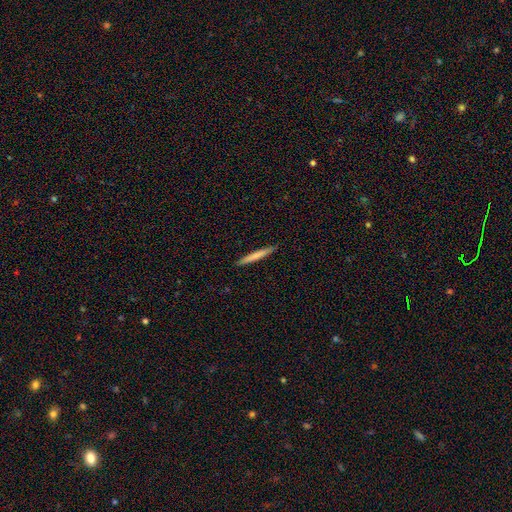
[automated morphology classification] smooth 71%, featured or disk 24%, star or artifact 5%. Down the decision tree: how rounded — cigar-shaped (97%); merging — none (92%).